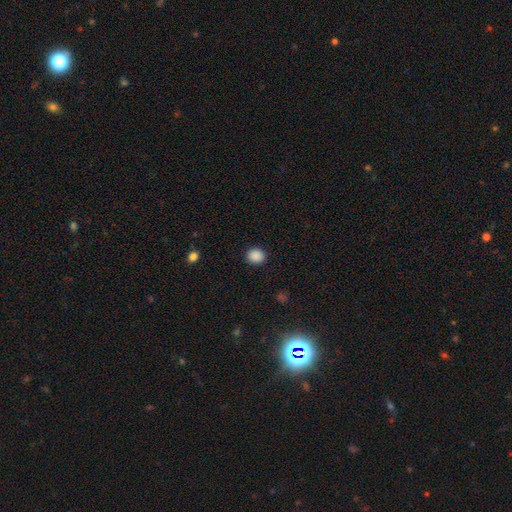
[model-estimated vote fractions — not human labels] smooth_or_featured: smooth (p=0.89) [alt: star or artifact p=0.09]
how_rounded: round (p=0.68) [alt: in between p=0.31]
merging: none (p=0.90) [alt: minor disturbance p=0.06]